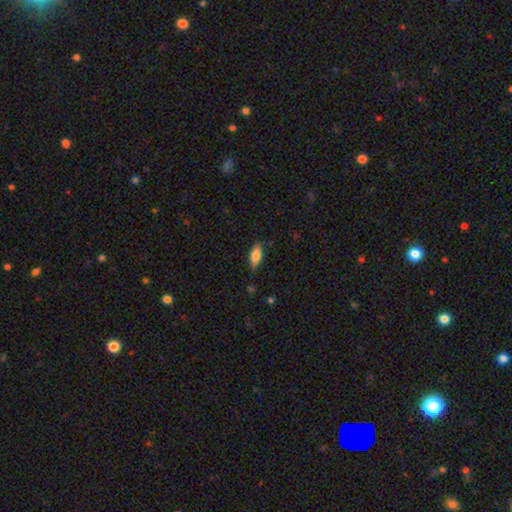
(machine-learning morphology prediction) smooth 75%, featured or disk 19%, star or artifact 7%. Down the decision tree: how rounded — in between (79%); merging — none (77%).